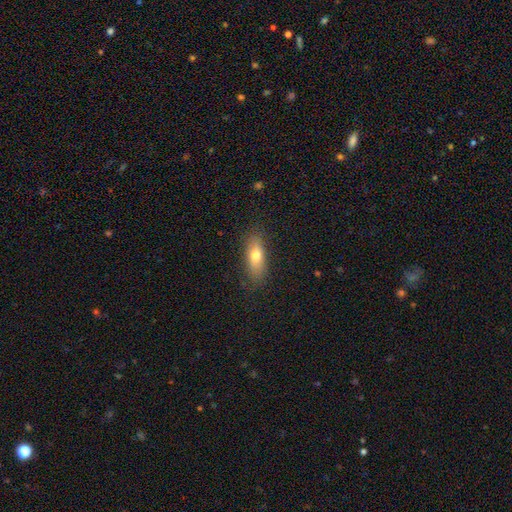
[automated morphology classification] A smooth galaxy with no disk features (71%) that is in between round and cigar-shaped (66%).

Vote fractions:
- Smooth or featured? smooth: 71% / featured or disk: 21% / star or artifact: 8%
- How rounded? in between: 66% / cigar-shaped: 29% / round: 5%
- Merging? none: 82% / minor disturbance: 13% / major disturbance: 4% / merger: 1%